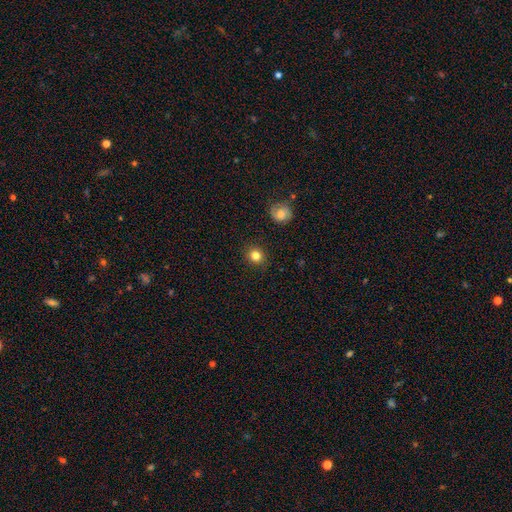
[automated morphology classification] type=smooth (82%); roundness=round (83%); merging=none (89%).